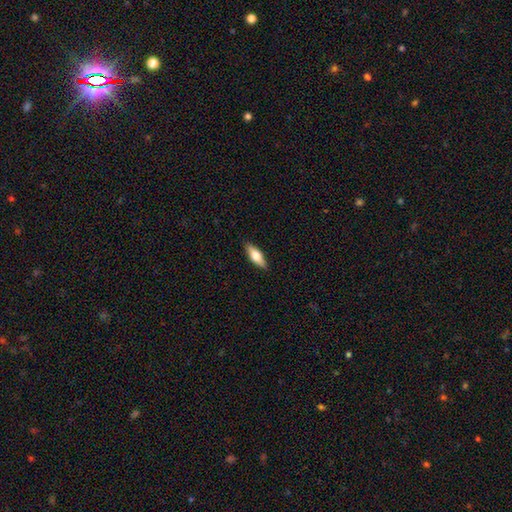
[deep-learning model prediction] A smooth galaxy with no disk features (60%) that is in between round and cigar-shaped (57%).

Vote fractions:
- Smooth or featured? smooth: 60% / featured or disk: 34% / star or artifact: 6%
- How rounded? in between: 57% / cigar-shaped: 40% / round: 3%
- Merging? none: 89% / minor disturbance: 8% / major disturbance: 2% / merger: 1%